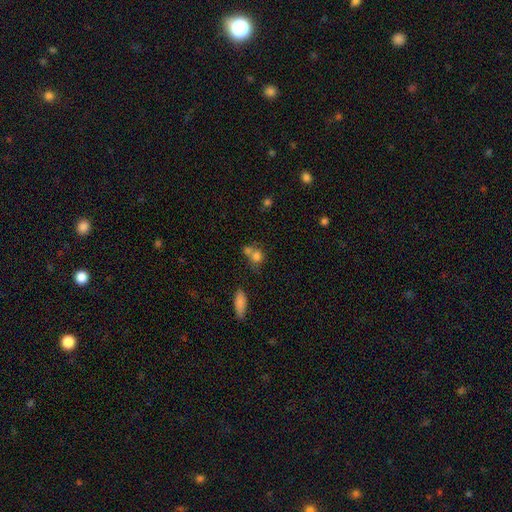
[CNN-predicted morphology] smooth_or_featured: smooth (p=0.76) [alt: featured or disk p=0.12]
how_rounded: round (p=0.68) [alt: in between p=0.30]
merging: merger (p=0.45) [alt: none p=0.38]